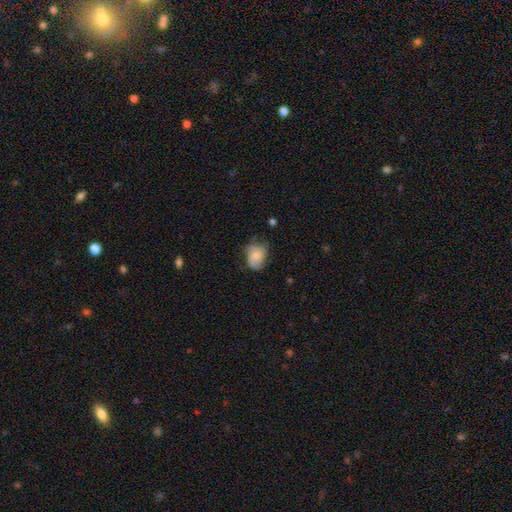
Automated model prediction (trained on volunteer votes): Q: Smooth or featured?
A: smooth (64%); runner-up: featured or disk (29%)
Q: How rounded?
A: in between (68%); runner-up: round (31%)
Q: Merging?
A: none (49%); runner-up: minor disturbance (36%)